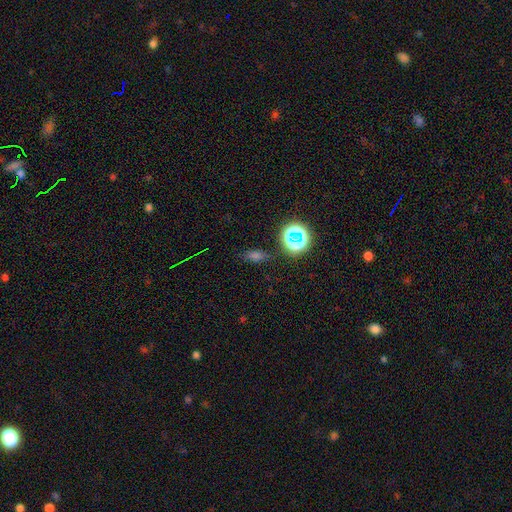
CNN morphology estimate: smooth 58%, star or artifact 31%, featured or disk 11%. Down the decision tree: how rounded — in between (65%); merging — none (78%).